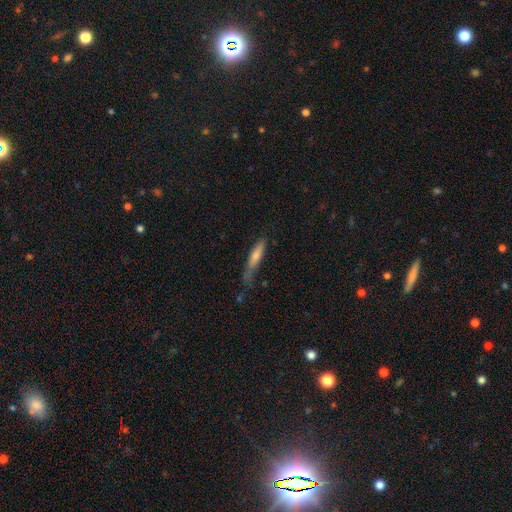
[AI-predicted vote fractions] smooth-or-featured: smooth: 53% | featured or disk: 36% | star or artifact: 11%
  how-rounded: cigar-shaped: 88% | in between: 11% | round: 2%
  merging: none: 57% | minor disturbance: 28% | major disturbance: 11% | merger: 4%